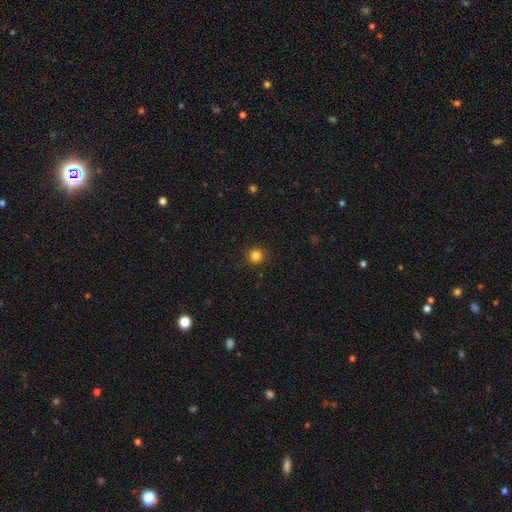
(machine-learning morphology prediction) Smooth or featured? smooth (84%)
How rounded? round (95%)
Merging? none (91%)